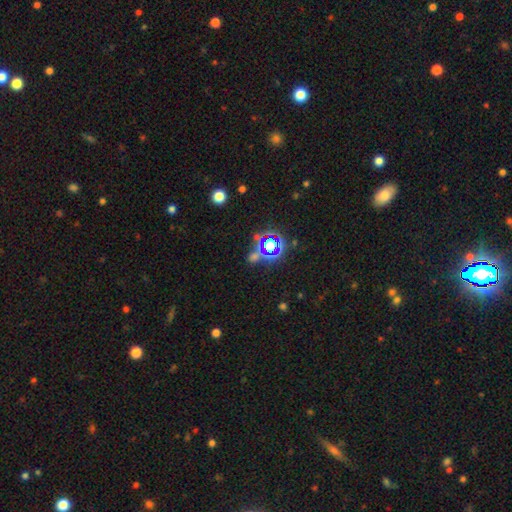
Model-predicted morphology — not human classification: Overall: star or artifact (71%).